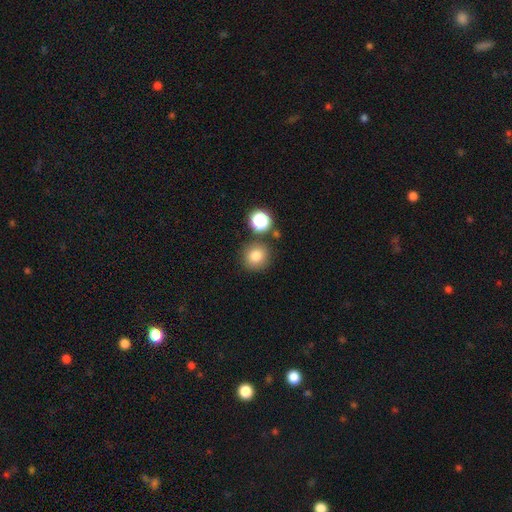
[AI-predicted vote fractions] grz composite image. It shows a smooth galaxy with no disk features (80%) that is round (91%). Merging: none (81%).